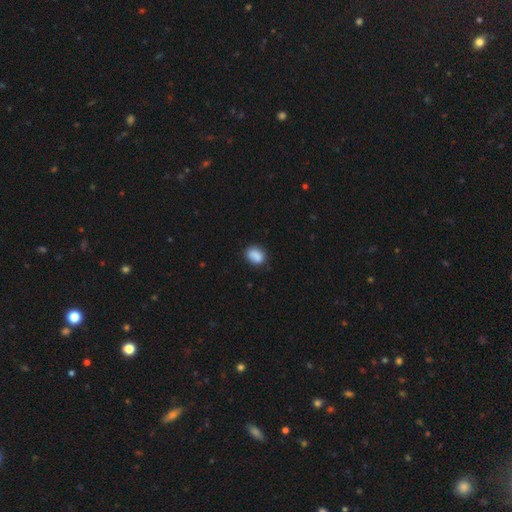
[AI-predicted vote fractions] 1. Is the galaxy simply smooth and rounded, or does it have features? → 87% smooth, 8% star or artifact, 5% featured or disk.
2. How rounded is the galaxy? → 66% in between, 33% round, 1% cigar-shaped.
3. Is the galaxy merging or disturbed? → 76% none, 18% minor disturbance, 4% major disturbance, 2% merger.